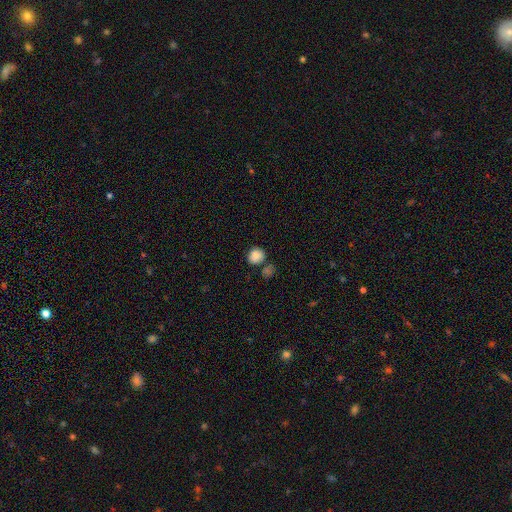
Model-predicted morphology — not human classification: smooth 85%, star or artifact 9%, featured or disk 6%. Down the decision tree: how rounded — round (81%); merging — none (68%).